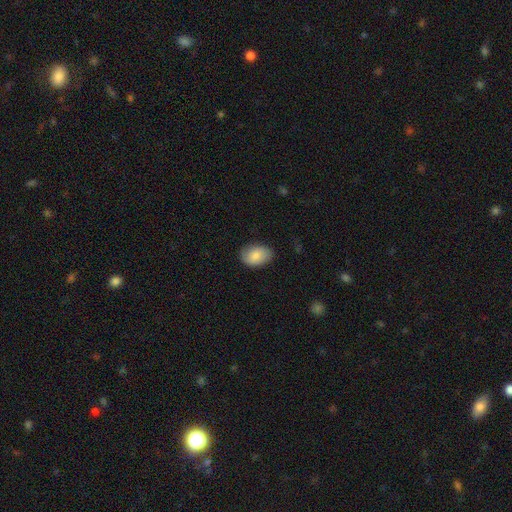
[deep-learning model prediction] This is clearly a smooth galaxy (81%). How rounded: clearly in between (84%). Merging: clearly none (80%).